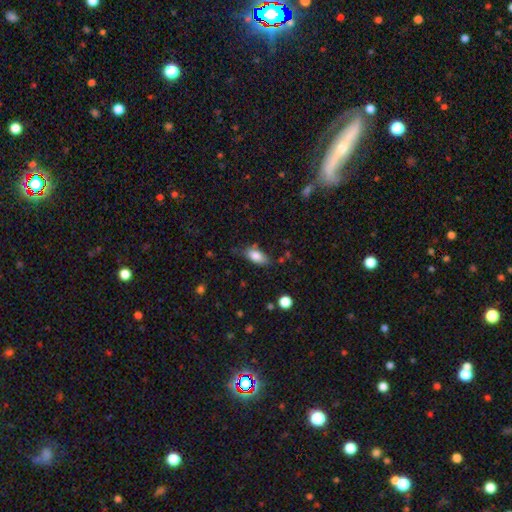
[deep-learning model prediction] This appears to be a smooth galaxy with no disk features (83%) that is in between round and cigar-shaped (87%). Merging: none (67%).